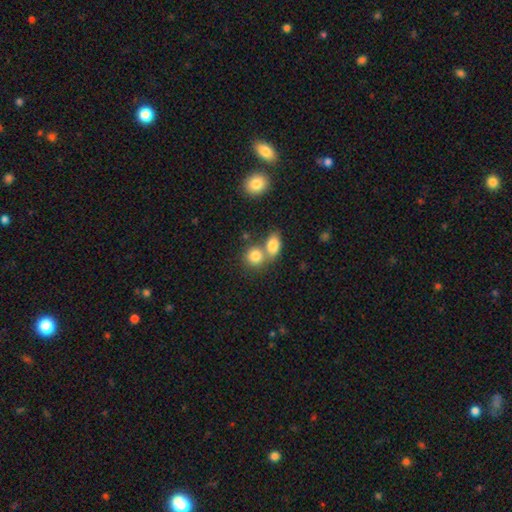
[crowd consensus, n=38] This appears to be a smooth galaxy with no disk features (84%) that is round (88%). Merging: none (43%, tied with merger).